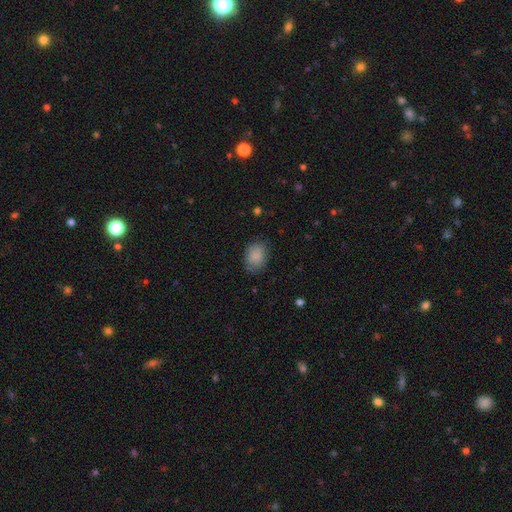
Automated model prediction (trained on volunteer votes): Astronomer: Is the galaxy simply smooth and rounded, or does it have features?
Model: smooth — 87%.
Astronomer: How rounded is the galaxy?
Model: in between — 69%.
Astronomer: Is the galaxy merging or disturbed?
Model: none — 76%.